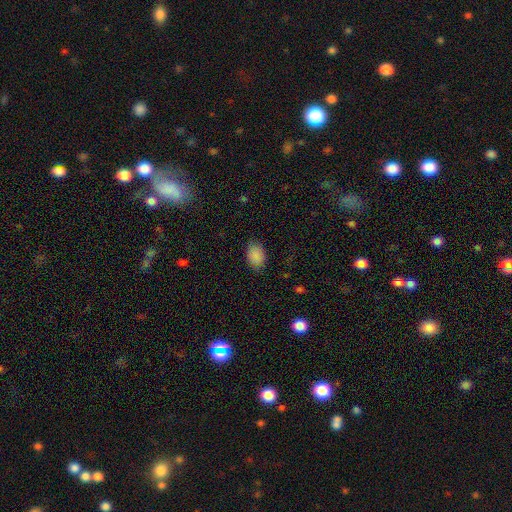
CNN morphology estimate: This appears to be a smooth galaxy with no disk features (88%) that is in between round and cigar-shaped (85%). Merging: none (80%).